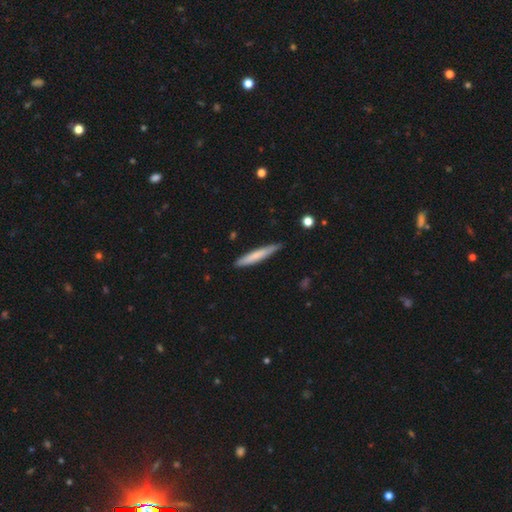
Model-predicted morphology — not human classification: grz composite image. It shows a smooth galaxy with no disk features (71%) that is cigar-shaped (94%). Merging: none (83%).